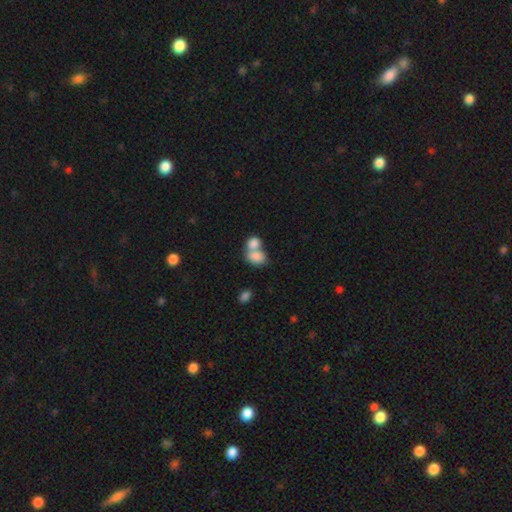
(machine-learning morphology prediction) A smooth galaxy with no disk features (82%) that is in between round and cigar-shaped (73%). Merging: merger (68%).